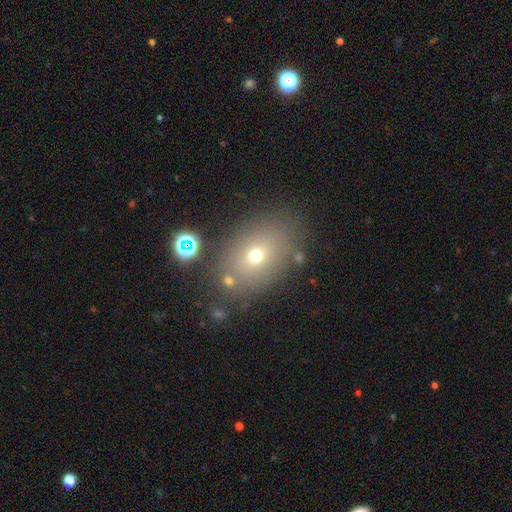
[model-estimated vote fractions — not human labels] Smooth or featured?
  - smooth: 64% *
  - star or artifact: 18%
  - featured or disk: 17%
How rounded?
  - in between: 71% *
  - round: 28%
  - cigar-shaped: 2%
Merging?
  - none: 75% *
  - minor disturbance: 13%
  - merger: 6%
  - major disturbance: 6%